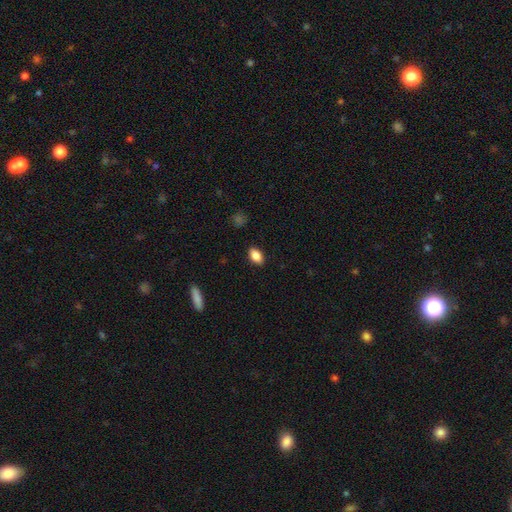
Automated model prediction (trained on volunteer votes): Q: Smooth or featured?
A: smooth (86%); runner-up: star or artifact (8%)
Q: How rounded?
A: in between (89%); runner-up: round (8%)
Q: Merging?
A: none (88%); runner-up: minor disturbance (9%)